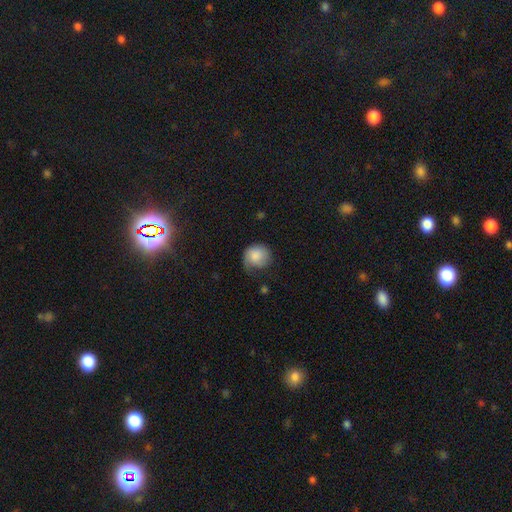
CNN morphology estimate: Overall: smooth (81%). How rounded: round (83%). Merging: none (47%; minor disturbance 35%).